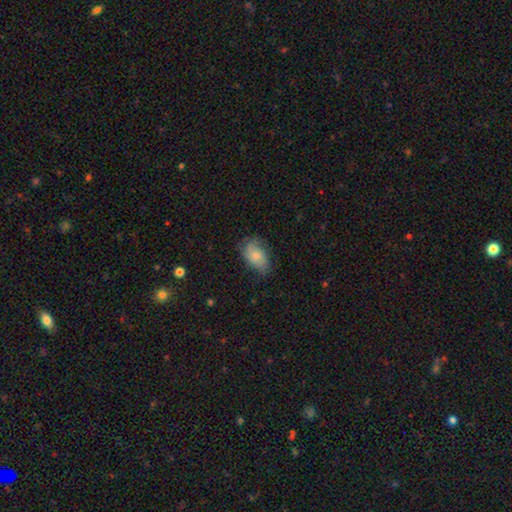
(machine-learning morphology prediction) The model was most divided on "merging": none: 57%, minor disturbance: 31%, major disturbance: 10%, merger: 1%. More confident: how rounded — in between (88%); smooth or featured — smooth (70%).